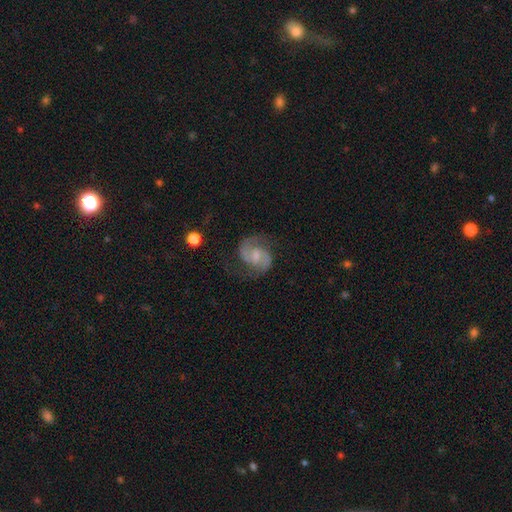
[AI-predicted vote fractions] featured or disk 88%, smooth 7%, star or artifact 5%. Down the decision tree: edge-on disk — no (98%); bar — weak (55%); spiral arms — yes (98%); spiral arm count — 2 (93%); spiral winding — medium (60%); bulge size — small (39%); merging — none (75%).